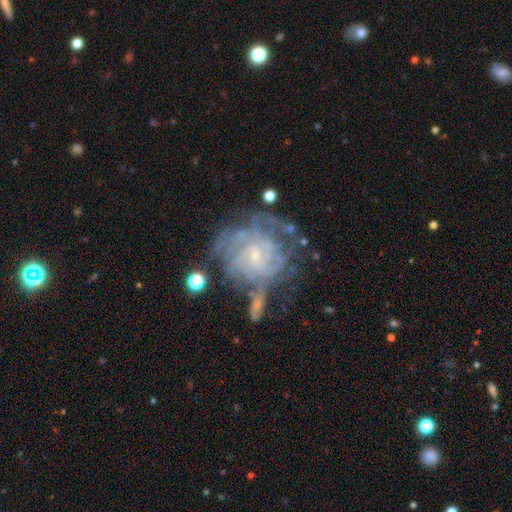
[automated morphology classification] This is clearly a featured or disk galaxy (83%). It is clearly not viewed edge-on (97%). Bar: likely no (64%). Spiral arm pattern: clearly yes (92%). Spiral arm count: marginally can't tell (41%). Spiral winding: likely tight (70%). Central bulge: clearly small (80%). Merging: marginally none (44%).